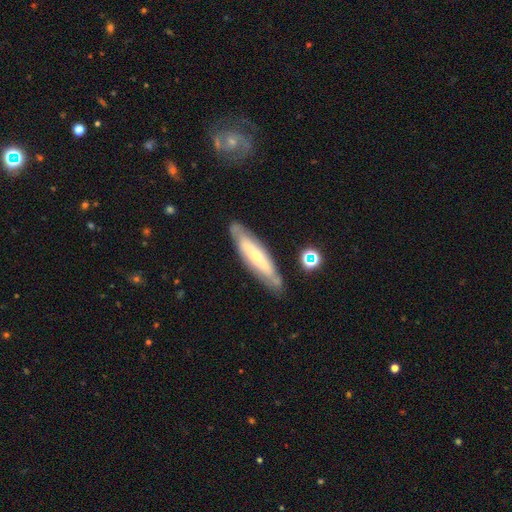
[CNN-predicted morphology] A featured or disk galaxy (59%). Merging: none (79%).